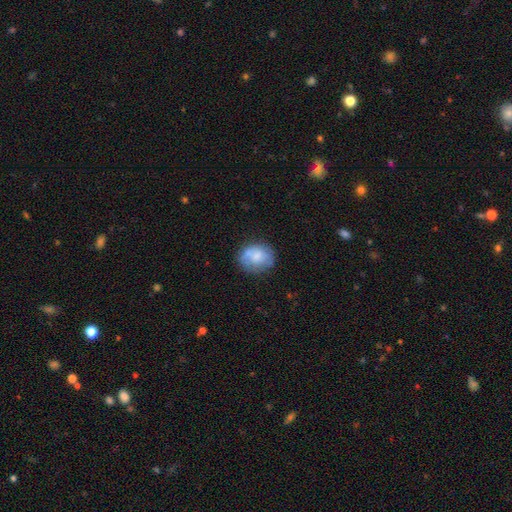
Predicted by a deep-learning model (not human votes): Morphology: type=smooth (64%); roundness=round (62%); merging=none (59%).